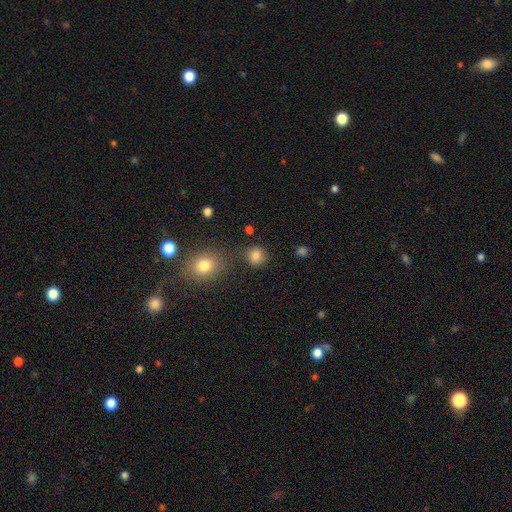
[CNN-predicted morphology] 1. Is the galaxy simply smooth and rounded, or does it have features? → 82% smooth, 12% star or artifact, 6% featured or disk.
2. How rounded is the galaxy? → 85% round, 14% in between, 1% cigar-shaped.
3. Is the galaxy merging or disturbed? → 78% none, 11% minor disturbance, 7% merger, 4% major disturbance.